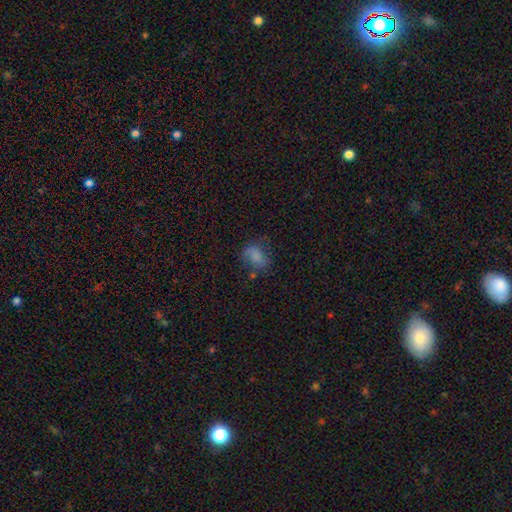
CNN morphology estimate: type=smooth (64%); roundness=in between (72%); merging=none (50%).